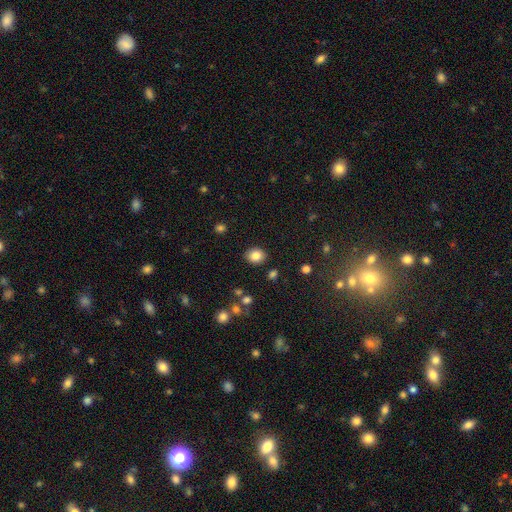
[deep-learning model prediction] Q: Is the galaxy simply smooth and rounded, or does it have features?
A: smooth — 83%.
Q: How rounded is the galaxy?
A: round — 62%.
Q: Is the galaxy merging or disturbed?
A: none — 88%.